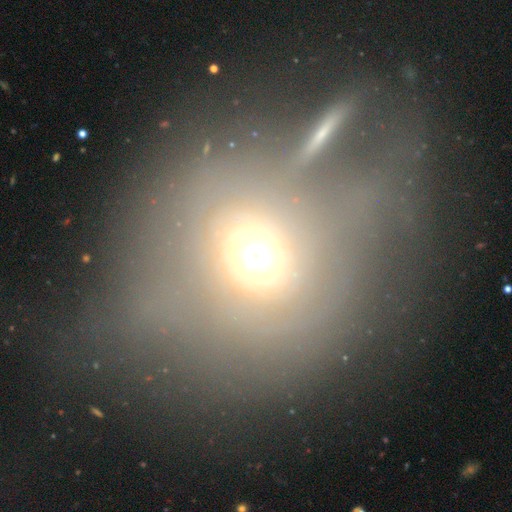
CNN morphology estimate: Smooth or featured?
  - smooth: 52% *
  - featured or disk: 31%
  - star or artifact: 17%
How rounded?
  - round: 77% *
  - in between: 21%
  - cigar-shaped: 2%
Merging?
  - none: 46% *
  - merger: 24%
  - major disturbance: 16%
  - minor disturbance: 14%